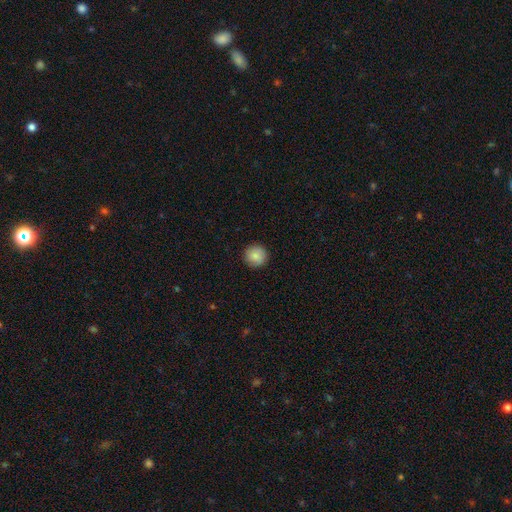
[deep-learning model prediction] This is clearly a smooth galaxy (86%). How rounded: clearly round (94%). Merging: clearly none (91%).